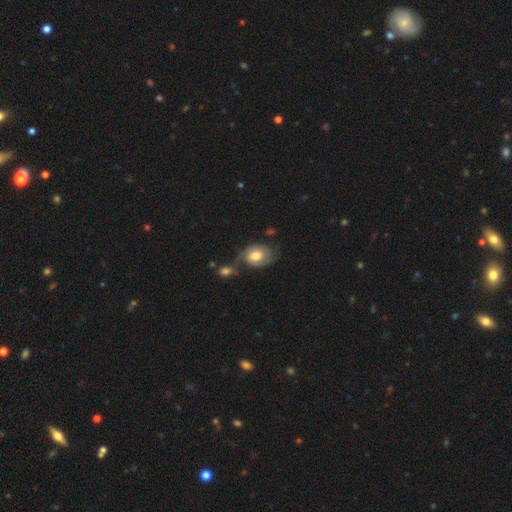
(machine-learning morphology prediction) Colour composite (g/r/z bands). It shows a featured or disk galaxy (56%) with no bar (68%), spiral arms (81%) and a moderate central bulge (55%). Merging: none (42%).